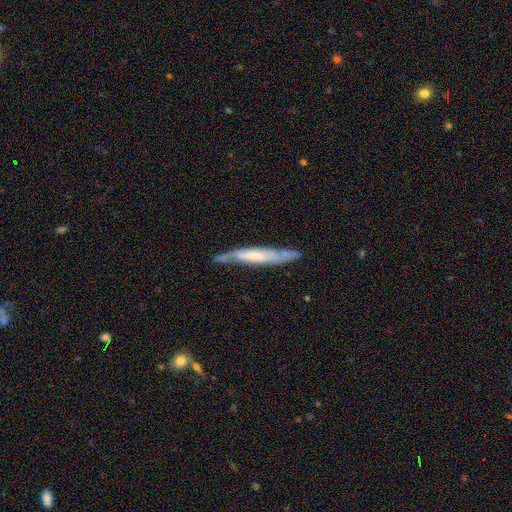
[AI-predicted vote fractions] The model was most divided on "smooth or featured": featured or disk: 61%, smooth: 33%, star or artifact: 6%. More confident: edge-on disk — yes (70%); merging — none (70%).